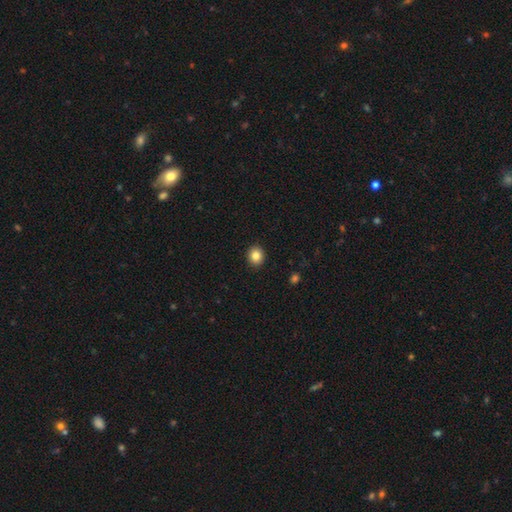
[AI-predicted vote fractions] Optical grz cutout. It shows a smooth galaxy with no disk features (84%) that is round (80%). Merging: none (92%).